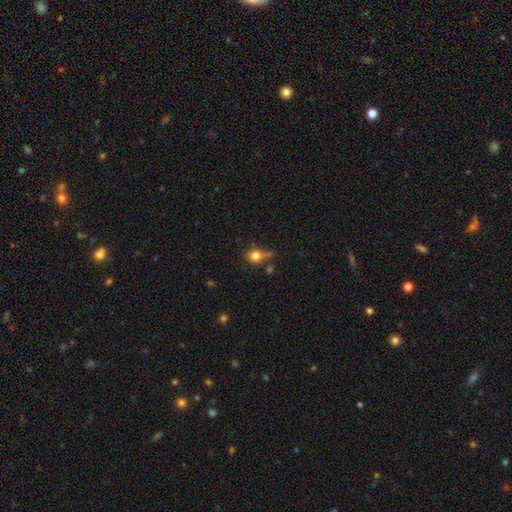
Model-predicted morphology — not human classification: Q: Smooth or featured?
A: smooth (79%); runner-up: star or artifact (11%)
Q: How rounded?
A: round (74%); runner-up: in between (24%)
Q: Merging?
A: none (49%); runner-up: minor disturbance (27%)